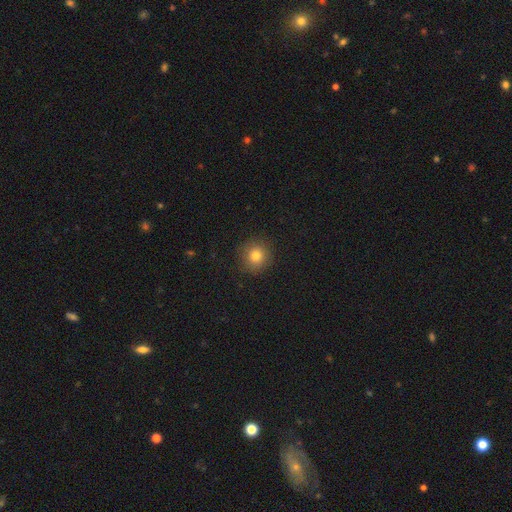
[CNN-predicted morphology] Smooth or featured: smooth — 80% (star or artifact — 12%)
How rounded: round — 93% (in between — 7%)
Merging: none — 89% (minor disturbance — 8%)